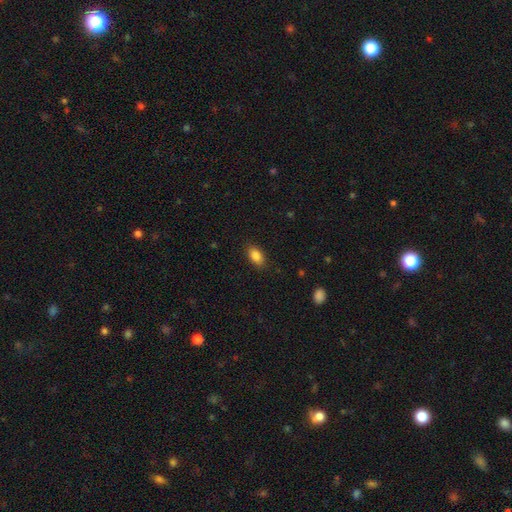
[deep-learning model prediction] Q: Smooth or featured?
A: smooth (86%); runner-up: star or artifact (8%)
Q: How rounded?
A: in between (89%); runner-up: round (7%)
Q: Merging?
A: none (86%); runner-up: minor disturbance (10%)